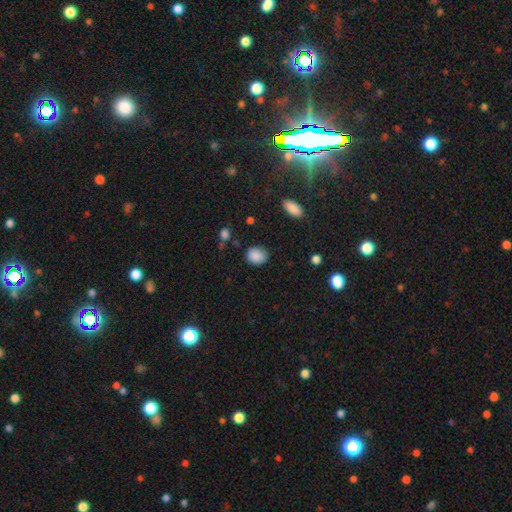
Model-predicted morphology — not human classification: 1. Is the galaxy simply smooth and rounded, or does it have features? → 88% smooth, 9% star or artifact, 4% featured or disk.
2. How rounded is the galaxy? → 61% round, 38% in between, 1% cigar-shaped.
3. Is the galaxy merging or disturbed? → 79% none, 16% minor disturbance, 4% major disturbance, 2% merger.